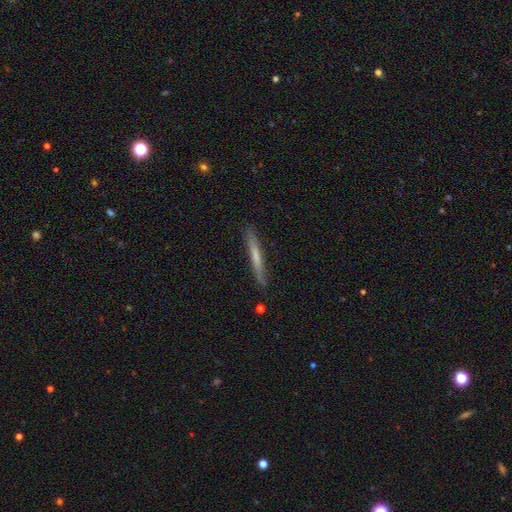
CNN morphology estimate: smooth_or_featured: smooth (p=0.52) [alt: featured or disk p=0.42]
how_rounded: cigar-shaped (p=0.96) [alt: in between p=0.02]
merging: none (p=0.89) [alt: minor disturbance p=0.08]